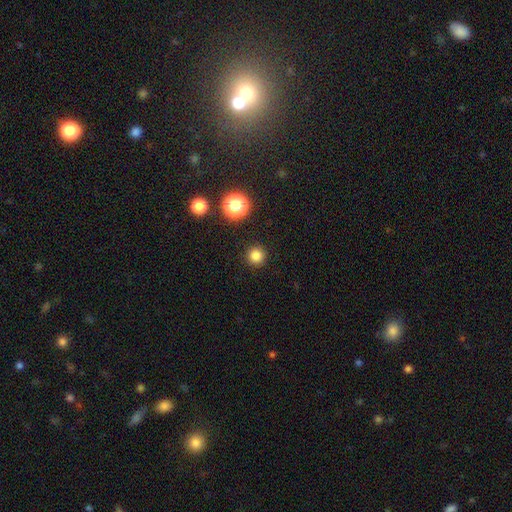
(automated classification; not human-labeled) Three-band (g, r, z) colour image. It shows a smooth galaxy with no disk features (82%) that is round (95%). Merging: none (92%).